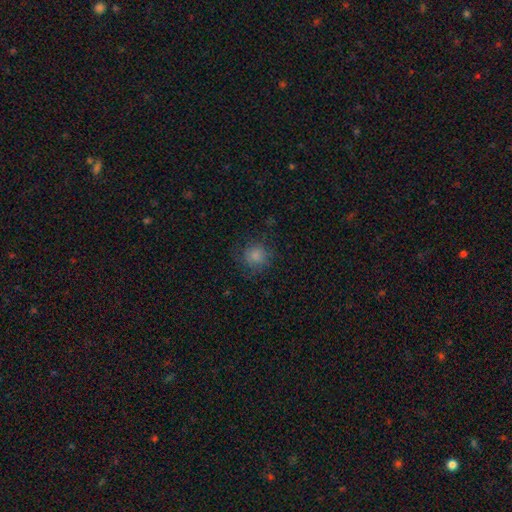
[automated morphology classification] smooth_or_featured: smooth (p=0.80) [alt: star or artifact p=0.11]
how_rounded: round (p=0.90) [alt: in between p=0.09]
merging: none (p=0.74) [alt: minor disturbance p=0.16]